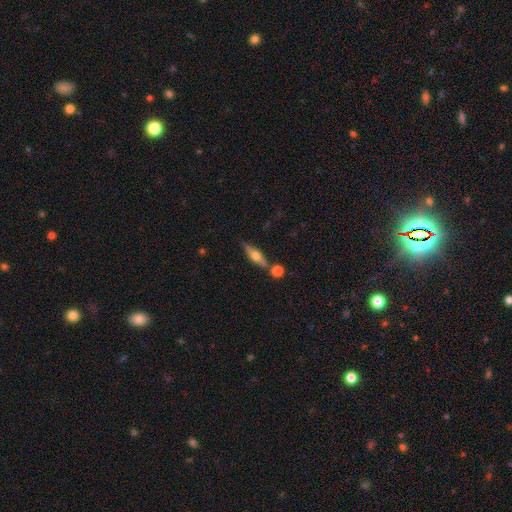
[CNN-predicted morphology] Smooth or featured? featured or disk (51%)
Edge-on disk? yes (91%)
Merging? none (70%)